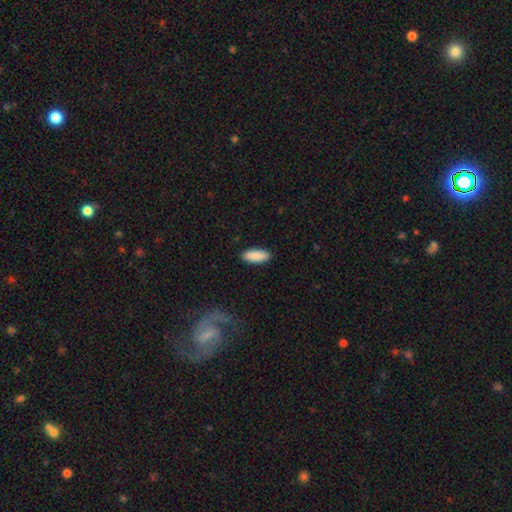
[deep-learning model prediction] A smooth galaxy with no disk features (91%) that is in between round and cigar-shaped (79%).

Vote fractions:
- Smooth or featured? smooth: 91% / star or artifact: 6% / featured or disk: 4%
- How rounded? in between: 79% / cigar-shaped: 19% / round: 2%
- Merging? none: 90% / minor disturbance: 8% / major disturbance: 2% / merger: 1%